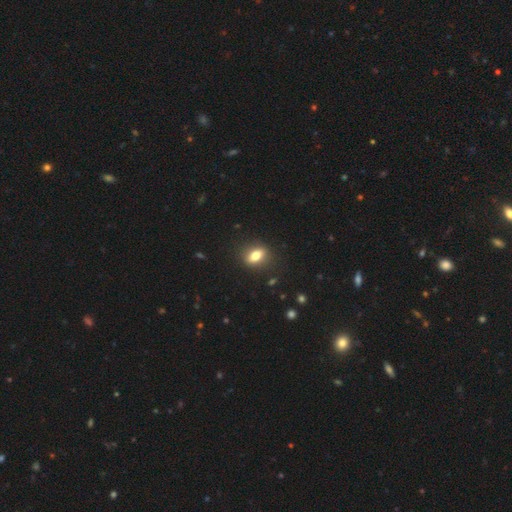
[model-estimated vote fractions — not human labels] Smooth or featured? Predicted: smooth (p=0.73). How rounded? Predicted: in between (p=0.71). Merging? Predicted: none (p=0.86).